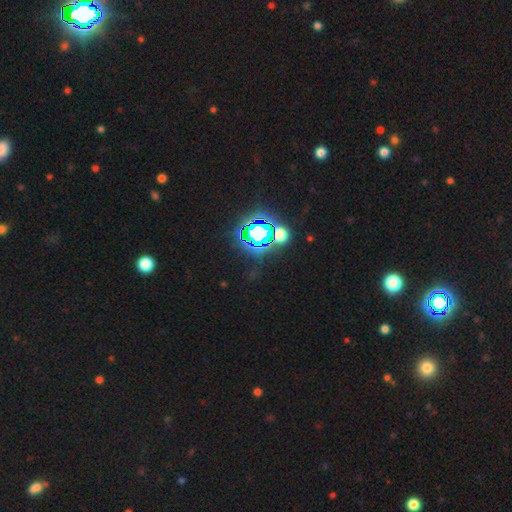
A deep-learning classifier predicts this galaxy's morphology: Smooth or featured?
  - star or artifact: 78% *
  - smooth: 15%
  - featured or disk: 7%